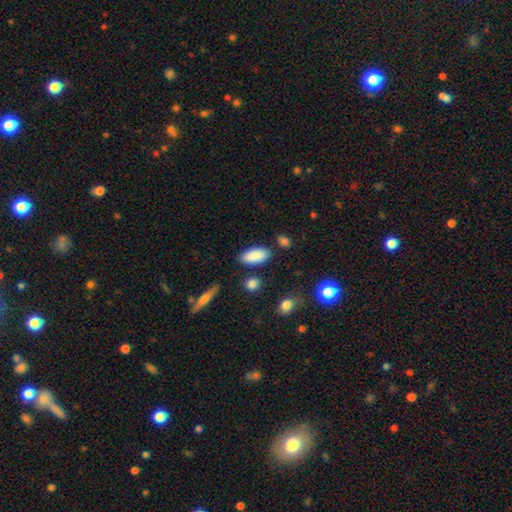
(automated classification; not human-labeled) A smooth galaxy with no disk features (88%) that is in between round and cigar-shaped (90%).

Vote fractions:
- Smooth or featured? smooth: 88% / star or artifact: 7% / featured or disk: 5%
- How rounded? in between: 90% / cigar-shaped: 7% / round: 3%
- Merging? none: 81% / minor disturbance: 11% / merger: 4% / major disturbance: 3%